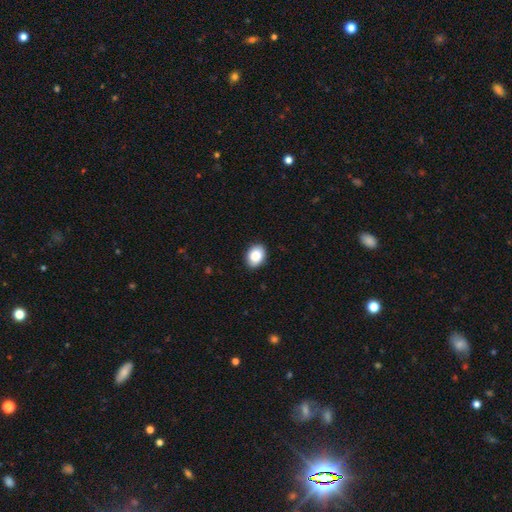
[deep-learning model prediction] The model was most divided on "how rounded": in between: 71%, round: 28%, cigar-shaped: 1%. More confident: smooth or featured — smooth (87%); merging — none (87%).